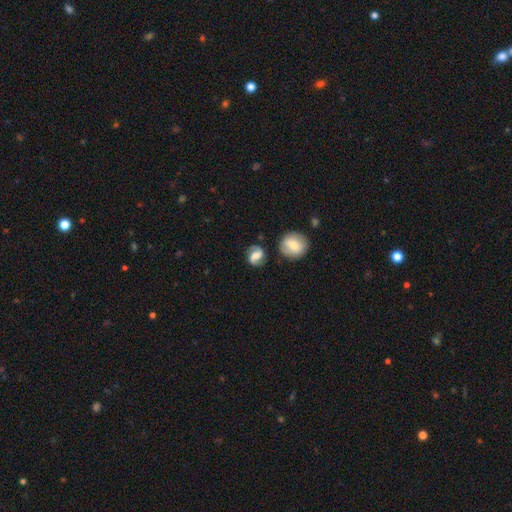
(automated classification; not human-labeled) Smooth or featured: featured or disk — 72% (smooth — 21%)
Edge-on disk: no — 97% (yes — 3%)
Bar: weak — 47% (no — 28%)
Spiral arms: yes — 94% (no — 6%)
Spiral winding: medium — 47% (loose — 38%)
Spiral arm count: 2 — 90% (1 — 4%)
Bulge size: moderate — 44% (large — 24%)
Merging: none — 75% (minor disturbance — 14%)